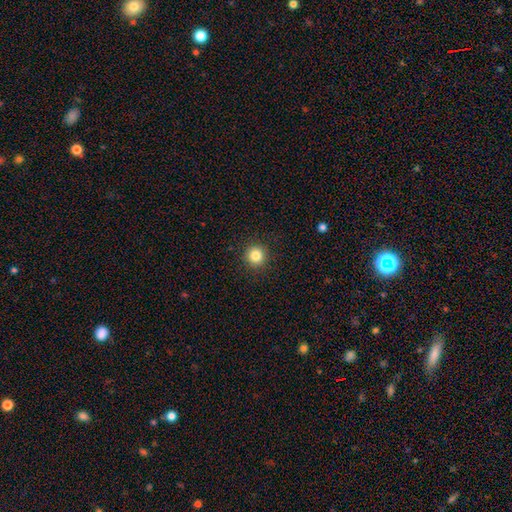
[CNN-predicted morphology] type=smooth (84%); roundness=round (95%); merging=none (92%).